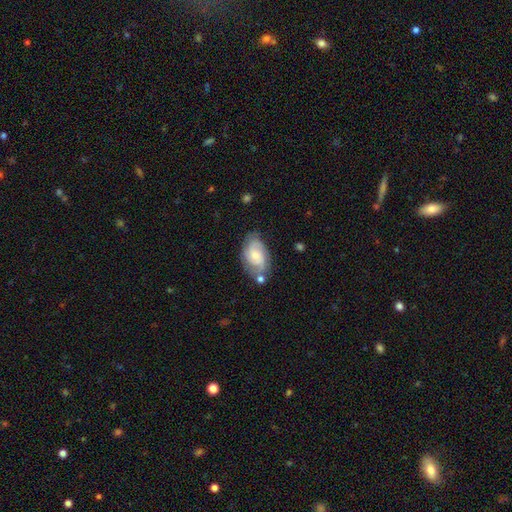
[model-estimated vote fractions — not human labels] smooth-or-featured: featured or disk: 61% | smooth: 32% | star or artifact: 7%
  disk-edge-on: no: 96% | yes: 4%
    bar: no: 67% | weak: 28% | strong: 5%
    has-spiral-arms: yes: 87% | no: 13%
      spiral-winding: tight: 44% | medium: 41% | loose: 15%
      spiral-arm-count: 2: 50% | can't tell: 26% | 3: 15% | 1: 4% | 4: 3% | more than 4: 2%
    bulge-size: small: 56% | moderate: 37% | large: 3% | none: 3% | dominant: 1%
  merging: none: 61% | minor disturbance: 23% | merger: 9% | major disturbance: 8%